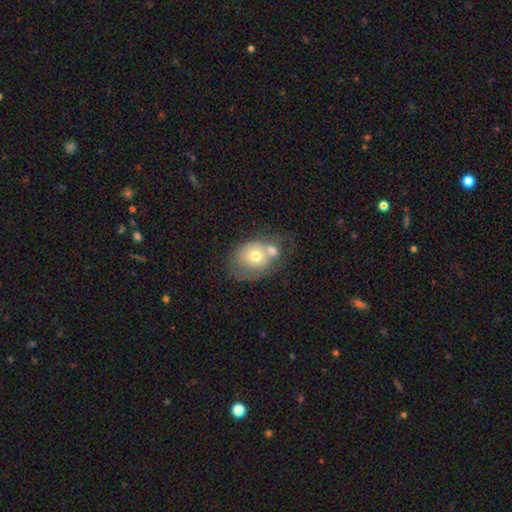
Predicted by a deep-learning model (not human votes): smooth-or-featured: smooth: 64% | featured or disk: 27% | star or artifact: 9%
  how-rounded: round: 50% | in between: 49% | cigar-shaped: 1%
  merging: merger: 49% | none: 28% | minor disturbance: 14% | major disturbance: 8%